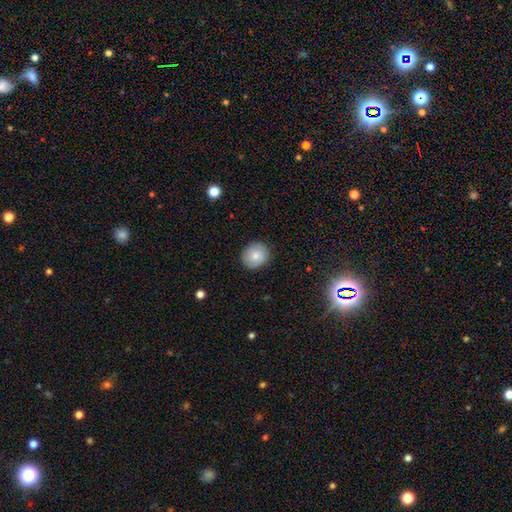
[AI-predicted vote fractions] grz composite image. It shows a smooth galaxy with no disk features (80%) that is round (84%). Merging: none (88%).